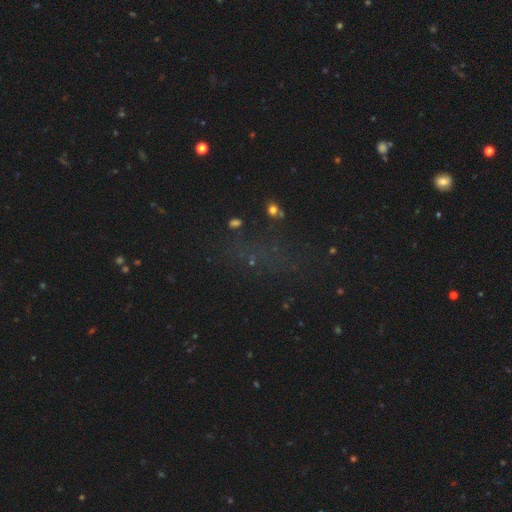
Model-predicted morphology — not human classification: This appears to be a star or artifact, not a galaxy (59%).